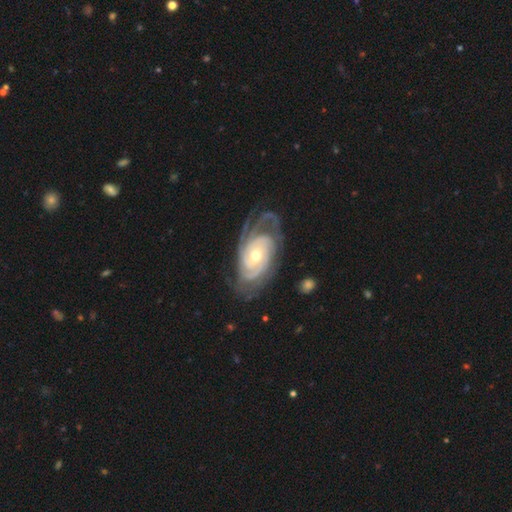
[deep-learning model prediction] Q: Smooth or featured?
A: featured or disk (91%); runner-up: smooth (5%)
Q: Edge-on disk?
A: no (96%); runner-up: yes (4%)
Q: Bar?
A: no (70%); runner-up: weak (22%)
Q: Spiral arms?
A: yes (98%); runner-up: no (2%)
Q: Spiral winding?
A: tight (71%); runner-up: medium (24%)
Q: Spiral arm count?
A: 3 (33%); runner-up: 2 (24%)
Q: Bulge size?
A: moderate (59%); runner-up: small (36%)
Q: Merging?
A: none (68%); runner-up: minor disturbance (19%)